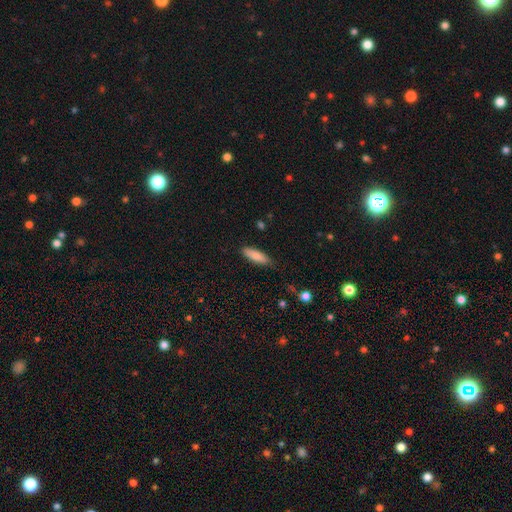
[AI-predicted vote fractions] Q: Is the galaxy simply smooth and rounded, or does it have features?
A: smooth — 85%.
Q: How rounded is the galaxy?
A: cigar-shaped — 52%.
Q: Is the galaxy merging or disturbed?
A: none — 82%.